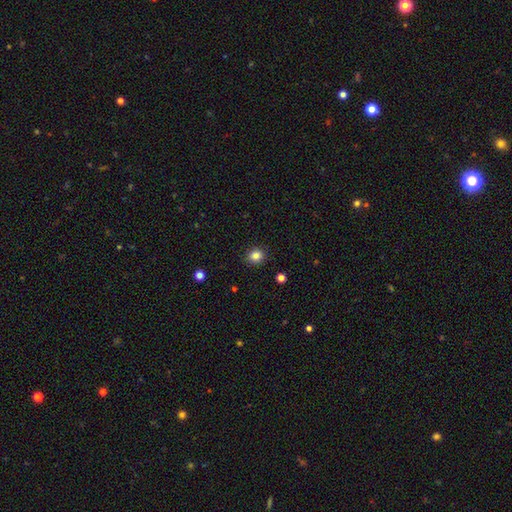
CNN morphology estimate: smooth 84%, star or artifact 11%, featured or disk 4%. Down the decision tree: how rounded — round (83%); merging — none (91%).